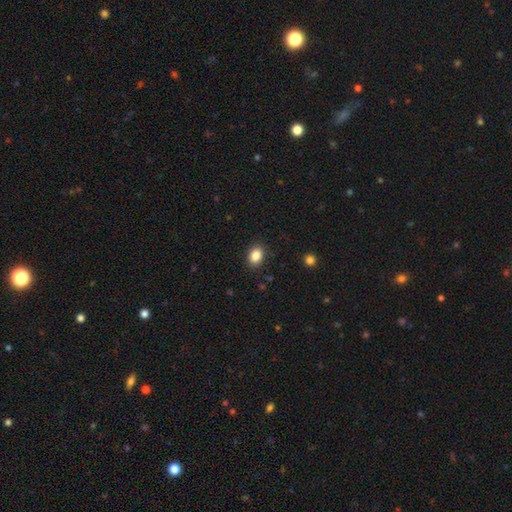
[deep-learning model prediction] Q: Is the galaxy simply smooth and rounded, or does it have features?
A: smooth — 86%.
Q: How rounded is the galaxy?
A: in between — 66%.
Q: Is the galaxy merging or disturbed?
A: none — 89%.